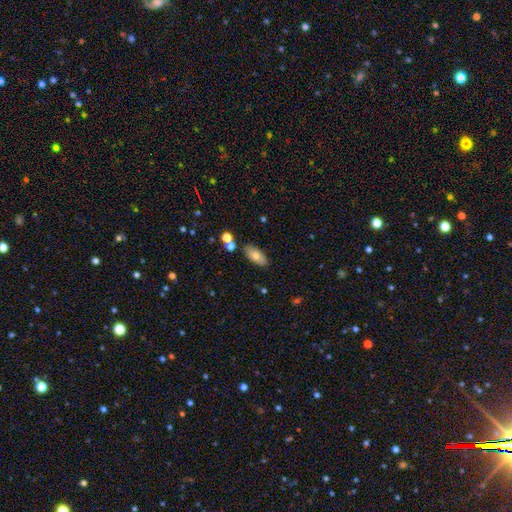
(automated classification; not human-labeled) Overall: smooth (72%). How rounded: in between (85%). Merging: none (81%).